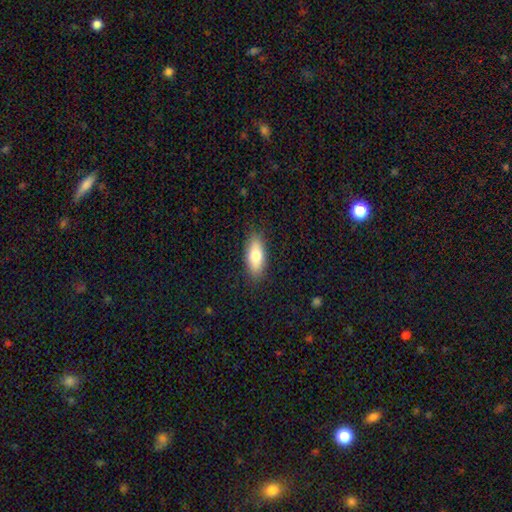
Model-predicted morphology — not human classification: This is likely a smooth galaxy (75%). How rounded: likely in between (76%). Merging: clearly none (87%).